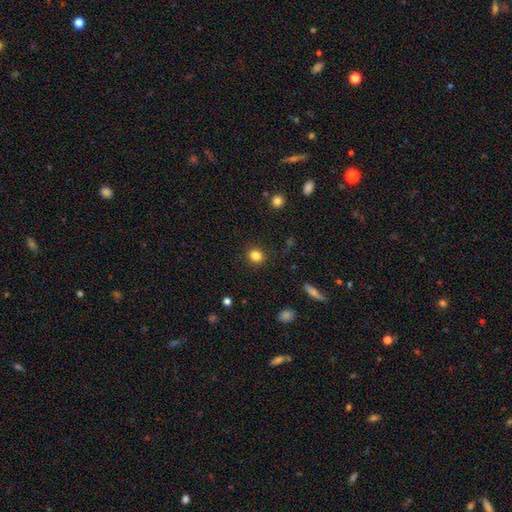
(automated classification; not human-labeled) A smooth galaxy with no disk features (84%) that is round (83%).

Vote fractions:
- Smooth or featured? smooth: 84% / star or artifact: 12% / featured or disk: 5%
- How rounded? round: 83% / in between: 16% / cigar-shaped: 1%
- Merging? none: 90% / minor disturbance: 7% / major disturbance: 2% / merger: 1%